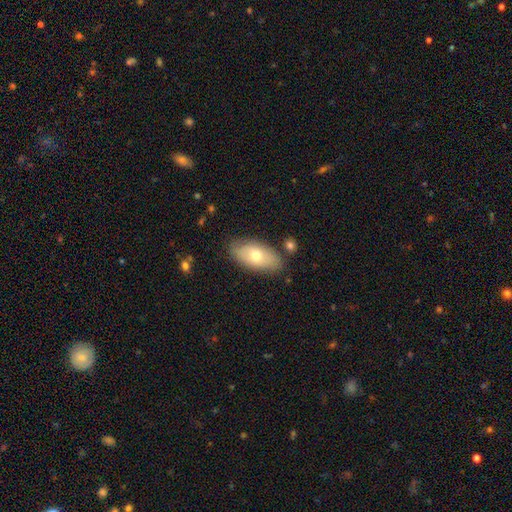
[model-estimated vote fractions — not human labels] A smooth galaxy with no disk features (64%) that is in between round and cigar-shaped (92%). Merging: none (80%).